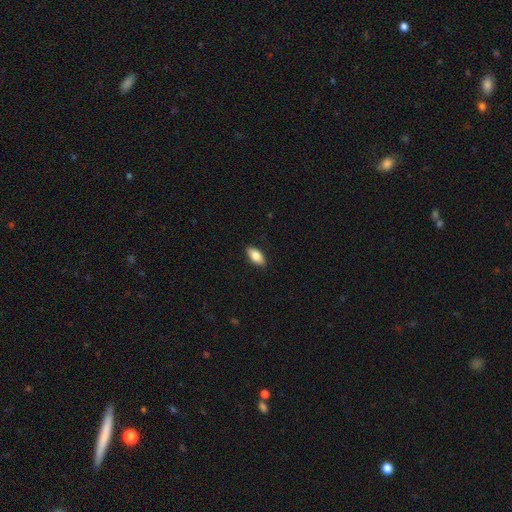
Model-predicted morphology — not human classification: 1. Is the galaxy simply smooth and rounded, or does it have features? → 82% smooth, 11% featured or disk, 6% star or artifact.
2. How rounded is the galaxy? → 90% in between, 7% cigar-shaped, 3% round.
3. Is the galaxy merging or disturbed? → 89% none, 8% minor disturbance, 2% major disturbance, 1% merger.